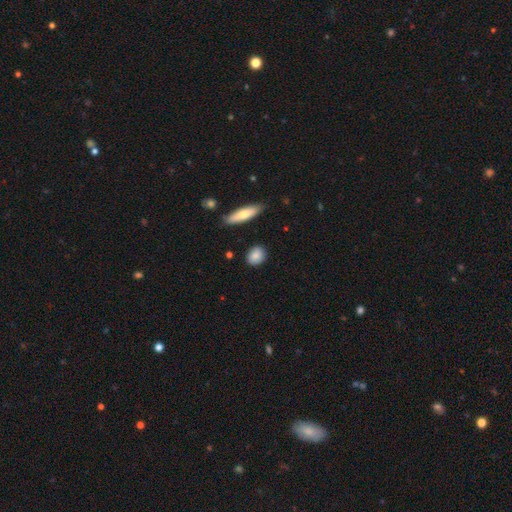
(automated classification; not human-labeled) Smooth or featured? smooth (86%)
How rounded? round (53%)
Merging? none (86%)